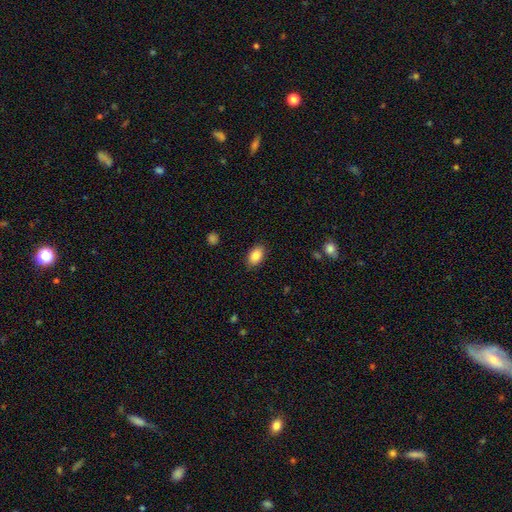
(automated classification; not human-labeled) smooth 87%, star or artifact 7%, featured or disk 6%. Down the decision tree: how rounded — in between (90%); merging — none (87%).